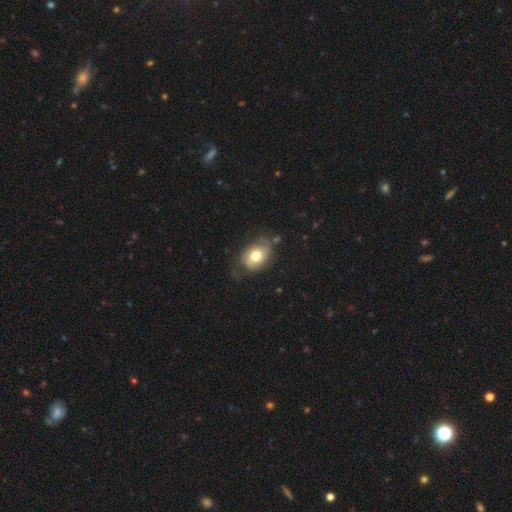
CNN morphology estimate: type=smooth (64%); roundness=in between (71%); merging=none (51%).